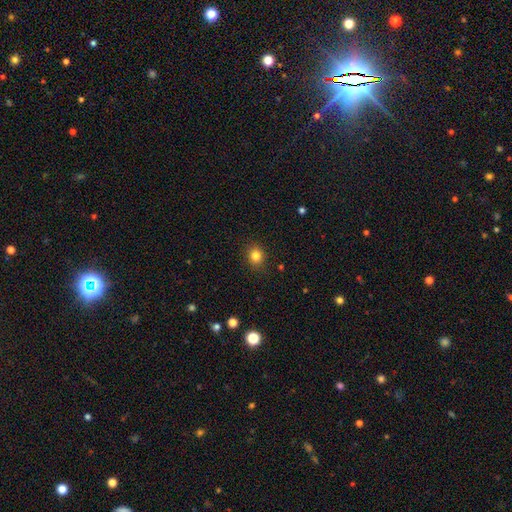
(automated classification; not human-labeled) Smooth or featured?
  - smooth: 82% *
  - star or artifact: 12%
  - featured or disk: 6%
How rounded?
  - round: 75% *
  - in between: 24%
  - cigar-shaped: 1%
Merging?
  - none: 88% *
  - minor disturbance: 9%
  - major disturbance: 2%
  - merger: 1%